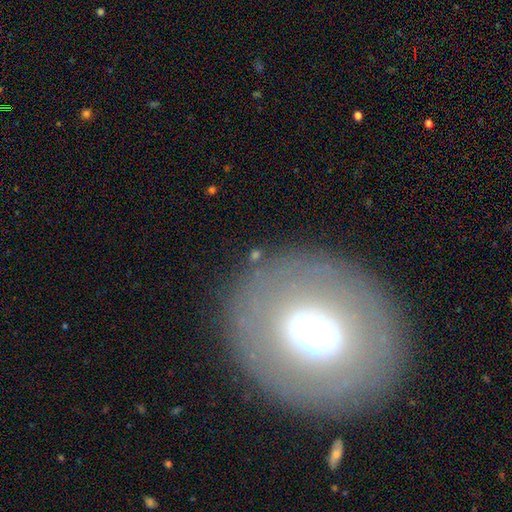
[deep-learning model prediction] Q: Smooth or featured?
A: featured or disk (43%); runner-up: smooth (30%)
Q: Merging?
A: none (71%); runner-up: minor disturbance (14%)